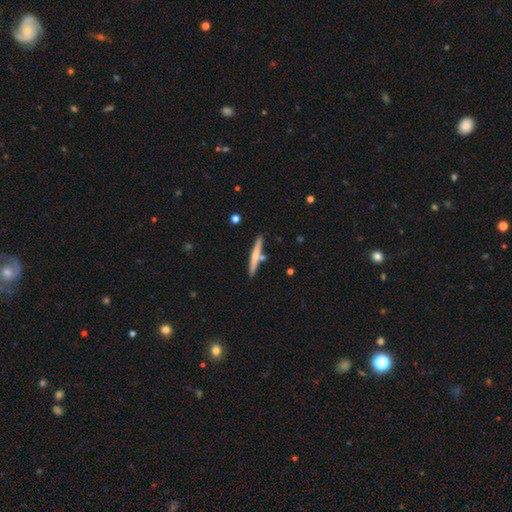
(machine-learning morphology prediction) Q: Smooth or featured?
A: smooth (55%); runner-up: featured or disk (39%)
Q: How rounded?
A: cigar-shaped (95%); runner-up: in between (3%)
Q: Merging?
A: none (80%); runner-up: minor disturbance (10%)